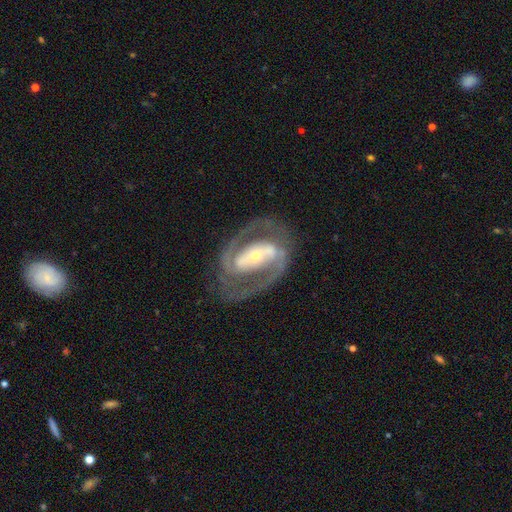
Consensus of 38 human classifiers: Volunteers were most divided on "bulge size": small: 49%, moderate: 38%, large: 11%, none: 3%, dominant: 0%. More confident: edge-on disk — no (100%); smooth or featured — featured or disk (97%); spiral arm count — 2 (97%); spiral arms — yes (95%); merging — none (76%); bar — strong (70%); spiral winding — medium (66%).